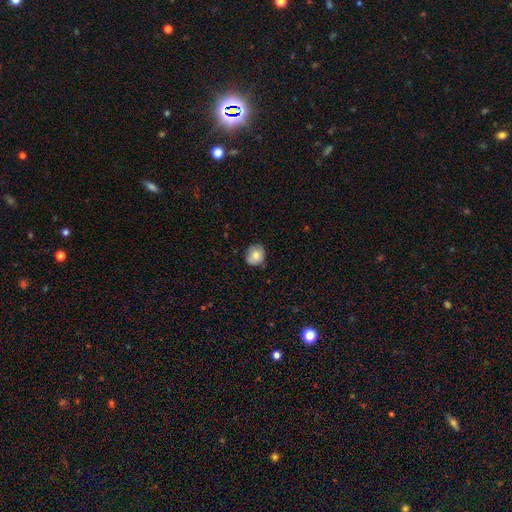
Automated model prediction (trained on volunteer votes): This appears to be a smooth galaxy with no disk features (81%) that is round (79%). Merging: none (77%).